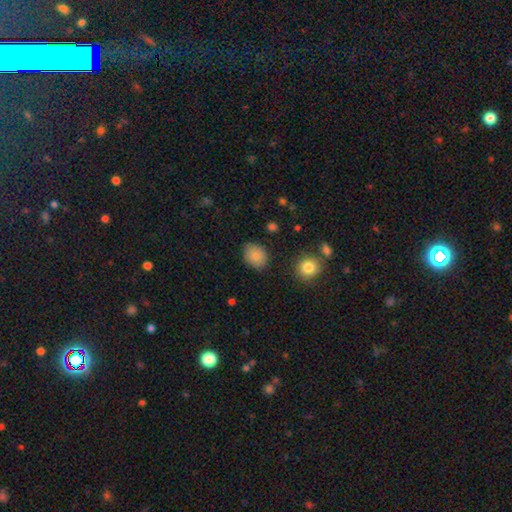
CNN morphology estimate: type=smooth (84%); roundness=round (50%); merging=none (82%).